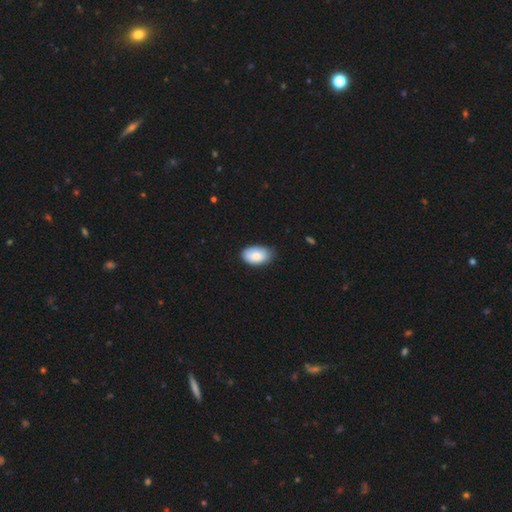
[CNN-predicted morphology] Smooth or featured: smooth — 84% (featured or disk — 9%)
How rounded: in between — 92% (round — 6%)
Merging: none — 71% (minor disturbance — 25%)